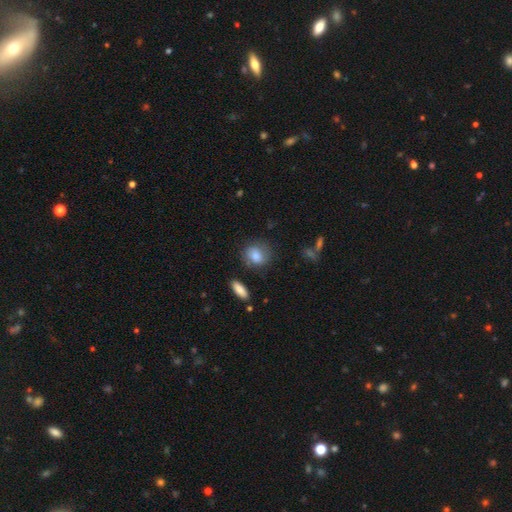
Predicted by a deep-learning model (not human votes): smooth-or-featured: smooth: 79% | featured or disk: 13% | star or artifact: 8%
  how-rounded: round: 58% | in between: 40% | cigar-shaped: 2%
  merging: none: 73% | minor disturbance: 18% | major disturbance: 6% | merger: 3%